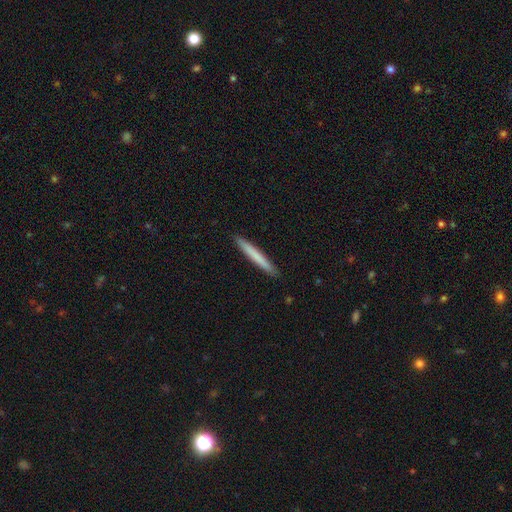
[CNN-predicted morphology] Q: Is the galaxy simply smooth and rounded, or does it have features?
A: smooth — 72%.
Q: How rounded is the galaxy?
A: cigar-shaped — 97%.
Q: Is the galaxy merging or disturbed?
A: none — 92%.